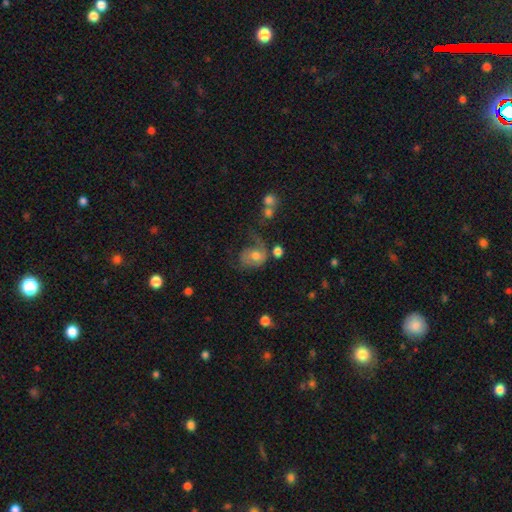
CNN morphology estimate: This appears to be a smooth galaxy with no disk features (49%). Merging: major disturbance (40%).